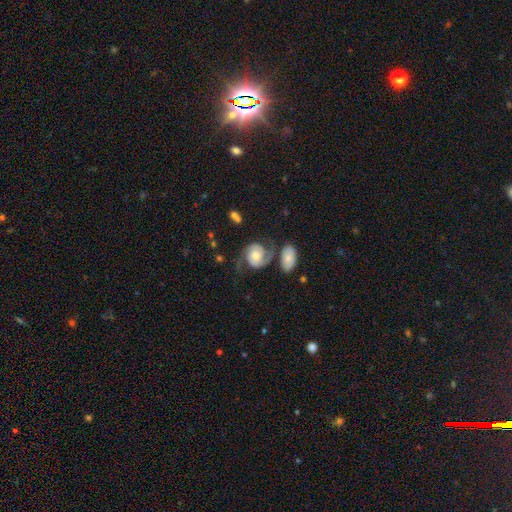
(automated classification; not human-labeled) Smooth or featured?
  - featured or disk: 82% *
  - smooth: 12%
  - star or artifact: 6%
Edge-on disk?
  - no: 98% *
  - yes: 2%
Bar?
  - no: 72% *
  - weak: 22%
  - strong: 6%
Spiral arms?
  - yes: 96% *
  - no: 4%
Spiral winding?
  - medium: 49% *
  - tight: 31%
  - loose: 20%
Spiral arm count?
  - 2: 89% *
  - can't tell: 4%
  - 1: 3%
  - 3: 2%
  - 4: 1%
  - more than 4: 1%
Bulge size?
  - moderate: 53% *
  - small: 32%
  - large: 9%
  - none: 3%
  - dominant: 2%
Merging?
  - none: 55% *
  - minor disturbance: 18%
  - merger: 14%
  - major disturbance: 13%